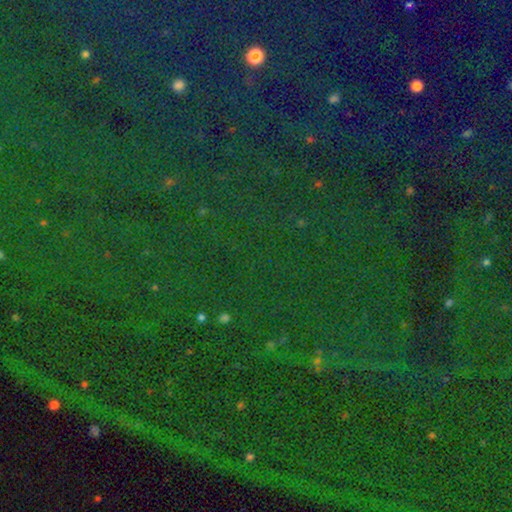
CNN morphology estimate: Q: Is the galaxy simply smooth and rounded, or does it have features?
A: star or artifact — 79%.